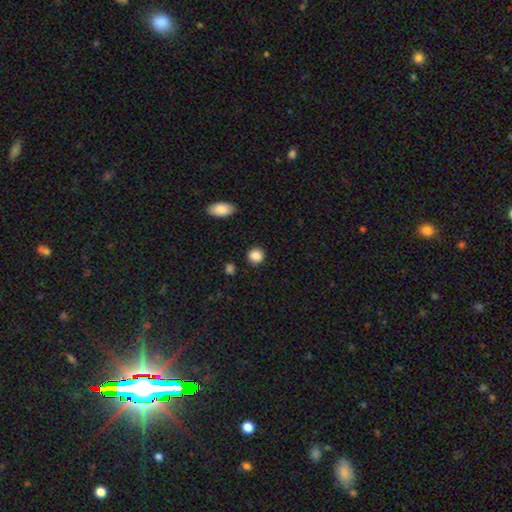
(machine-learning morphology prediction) This appears to be a smooth galaxy with no disk features (87%) that is round (87%). Merging: none (89%).